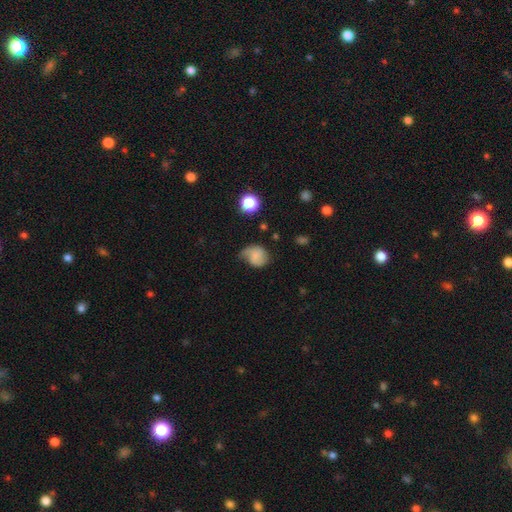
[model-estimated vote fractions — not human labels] The model was most divided on "merging": none: 39%, minor disturbance: 37%, major disturbance: 21%, merger: 3%. More confident: how rounded — round (63%); smooth or featured — smooth (61%).